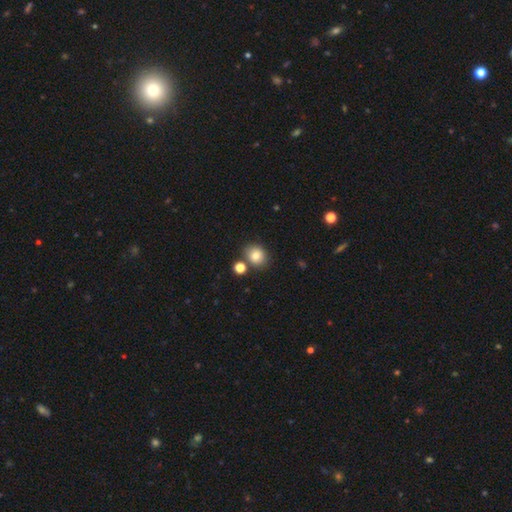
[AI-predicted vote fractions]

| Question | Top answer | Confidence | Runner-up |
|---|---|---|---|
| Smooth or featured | smooth | 81% | star or artifact (11%) |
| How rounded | round | 76% | in between (23%) |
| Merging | none | 76% | merger (12%) |